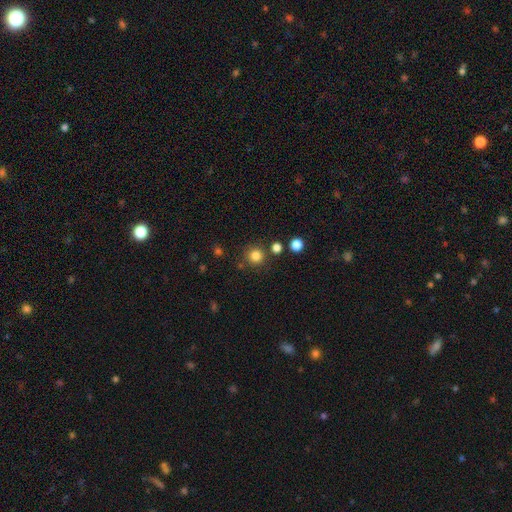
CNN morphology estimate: Smooth or featured? smooth (82%)
How rounded? round (94%)
Merging? none (84%)